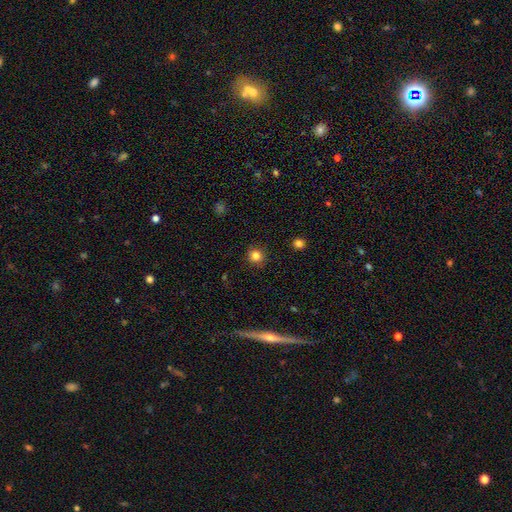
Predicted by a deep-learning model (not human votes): The model was most divided on "smooth or featured": smooth: 81%, star or artifact: 13%, featured or disk: 6%. More confident: how rounded — round (92%); merging — none (90%).